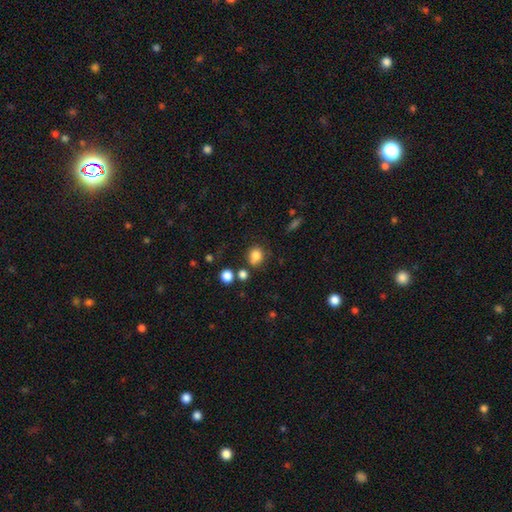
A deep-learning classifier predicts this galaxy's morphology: smooth-or-featured: smooth: 82% | star or artifact: 12% | featured or disk: 6%
  how-rounded: round: 71% | in between: 28% | cigar-shaped: 1%
  merging: none: 68% | minor disturbance: 17% | merger: 10% | major disturbance: 5%